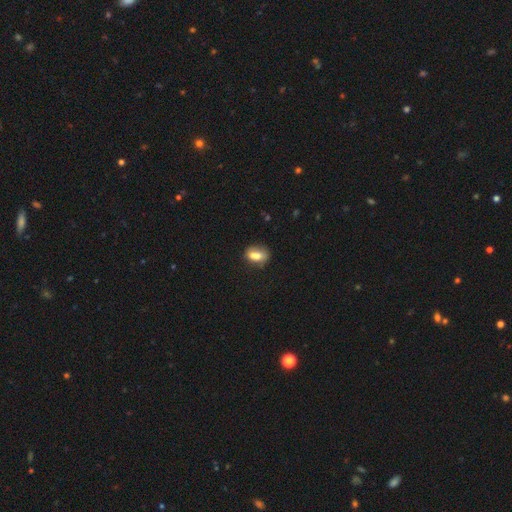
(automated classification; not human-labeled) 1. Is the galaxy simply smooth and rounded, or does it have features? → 73% smooth, 18% featured or disk, 9% star or artifact.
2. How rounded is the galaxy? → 73% in between, 22% round, 5% cigar-shaped.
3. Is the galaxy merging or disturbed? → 56% none, 23% minor disturbance, 14% merger, 8% major disturbance.